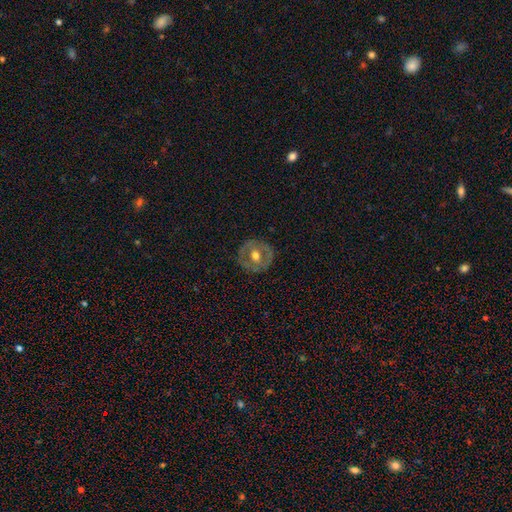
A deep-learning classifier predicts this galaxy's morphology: Q: Smooth or featured?
A: featured or disk (56%); runner-up: smooth (38%)
Q: Edge-on disk?
A: no (95%); runner-up: yes (5%)
Q: Bar?
A: no (65%); runner-up: weak (25%)
Q: Spiral arms?
A: no (80%); runner-up: yes (20%)
Q: Bulge size?
A: moderate (79%); runner-up: large (10%)
Q: Merging?
A: none (84%); runner-up: minor disturbance (11%)